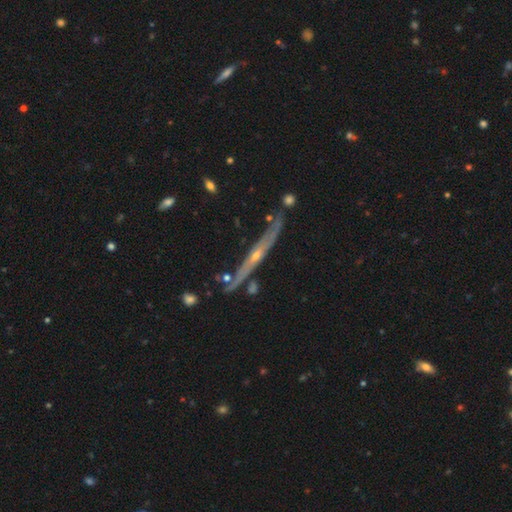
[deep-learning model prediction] A featured or disk galaxy (78%) viewed edge-on (93%) with a rounded central bulge (70%).

Vote fractions:
- Smooth or featured? featured or disk: 78% / smooth: 15% / star or artifact: 7%
- Edge-on disk? yes: 93% / no: 7%
- Edge-on bulge? rounded: 70% / none: 27% / boxy: 3%
- Merging? none: 76% / minor disturbance: 15% / merger: 6% / major disturbance: 3%